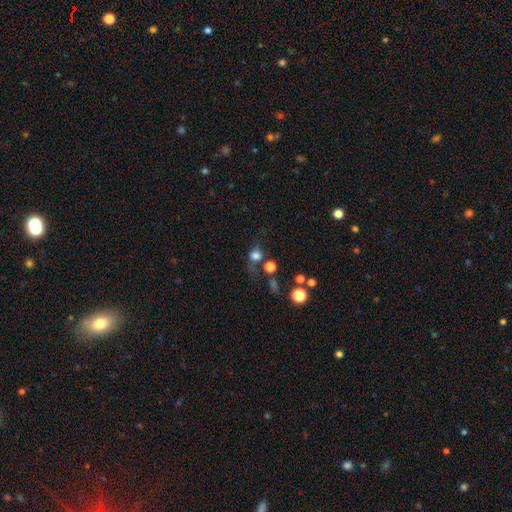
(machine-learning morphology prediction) smooth 69%, star or artifact 19%, featured or disk 13%. Down the decision tree: how rounded — round (78%); merging — none (49%).